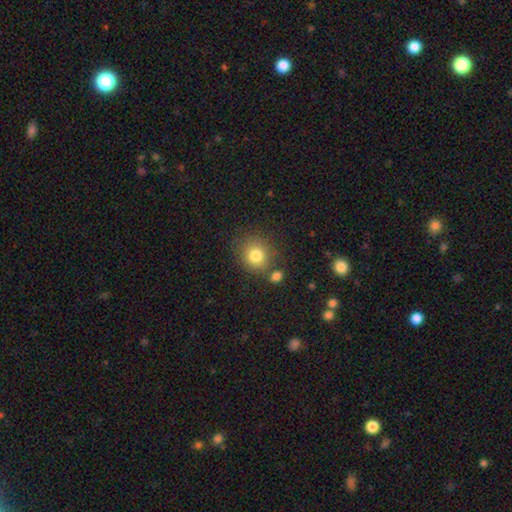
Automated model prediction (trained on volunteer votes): Morphology: type=smooth (81%); roundness=round (78%); merging=none (72%).